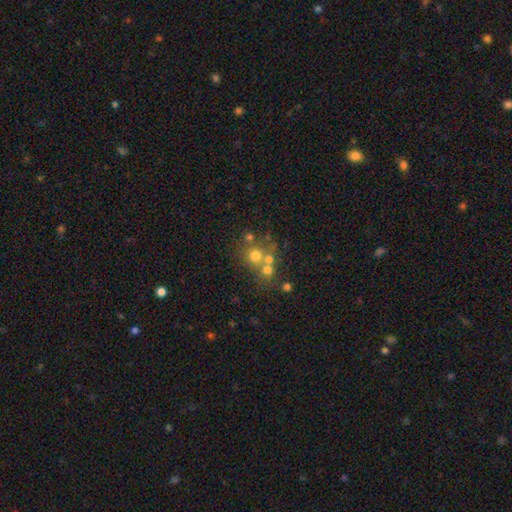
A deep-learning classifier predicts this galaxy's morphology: smooth_or_featured: smooth (p=0.60) [alt: featured or disk p=0.21]
how_rounded: round (p=0.87) [alt: in between p=0.12]
merging: none (p=0.45) [alt: merger p=0.43]